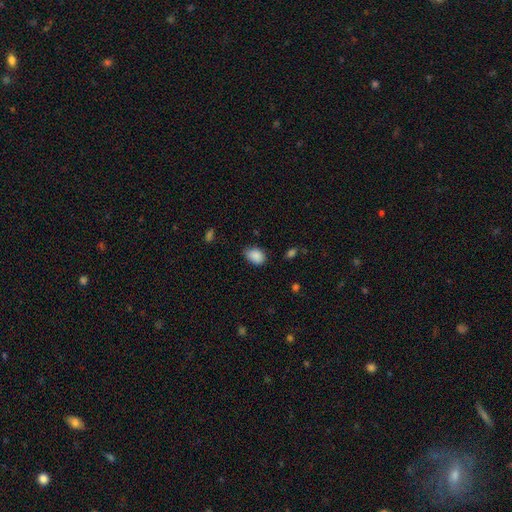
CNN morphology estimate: This appears to be a smooth galaxy with no disk features (88%) that is in between round and cigar-shaped (76%). Merging: none (68%).